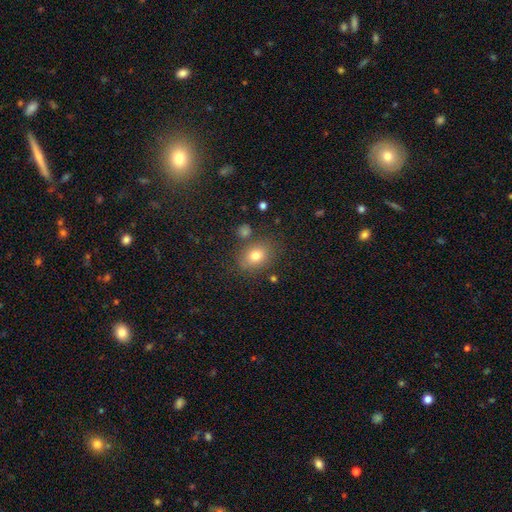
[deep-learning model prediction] Morphology: type=smooth (77%); roundness=in between (63%); merging=none (76%).